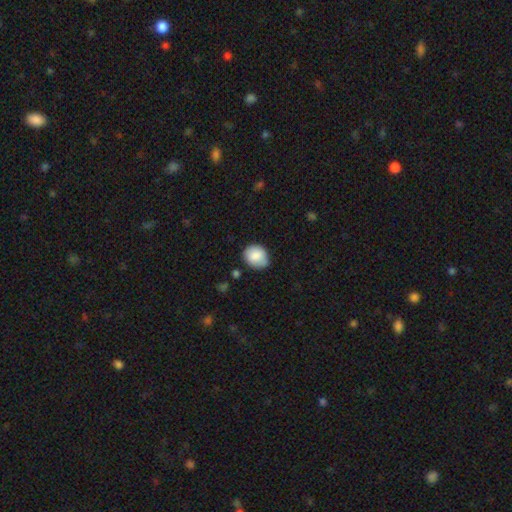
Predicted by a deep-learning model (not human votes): This is clearly a smooth galaxy (86%). How rounded: likely round (61%). Merging: likely none (70%).